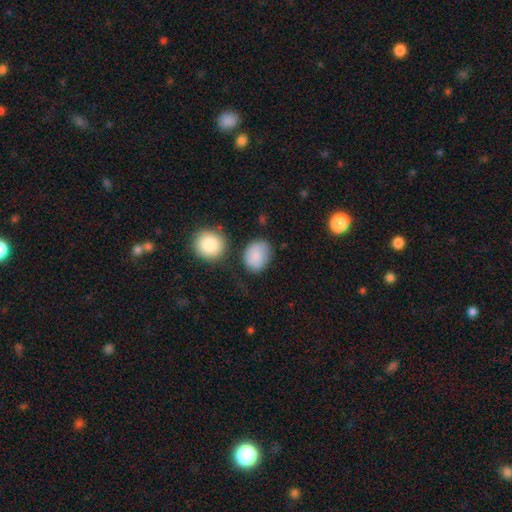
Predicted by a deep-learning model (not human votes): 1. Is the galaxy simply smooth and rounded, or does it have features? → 84% smooth, 9% featured or disk, 7% star or artifact.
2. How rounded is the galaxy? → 50% in between, 49% round, 1% cigar-shaped.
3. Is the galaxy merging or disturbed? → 67% none, 19% minor disturbance, 7% merger, 6% major disturbance.